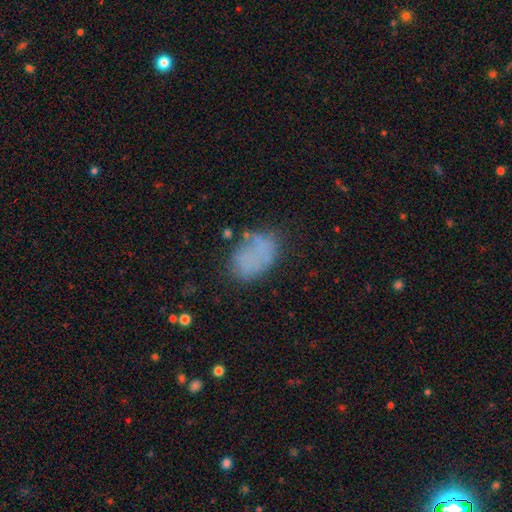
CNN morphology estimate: This is likely a smooth galaxy (68%). How rounded: clearly in between (83%). Merging: possibly none (57%).